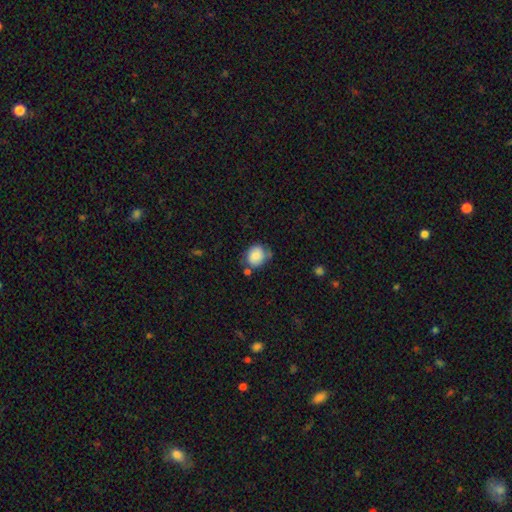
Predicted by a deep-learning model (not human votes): This appears to be a smooth galaxy with no disk features (79%) that is round (66%). Merging: none (57%).